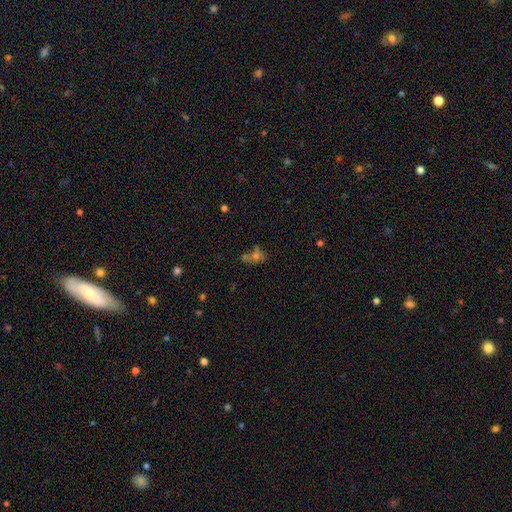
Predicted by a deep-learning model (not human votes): This is possibly a smooth galaxy (51%). How rounded: possibly round (51%). Merging: marginally none (43%).